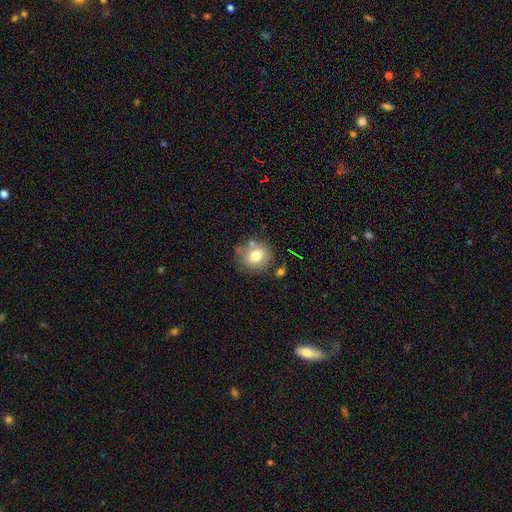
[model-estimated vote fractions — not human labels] This is likely a smooth galaxy (74%). How rounded: likely round (79%). Merging: likely none (71%).